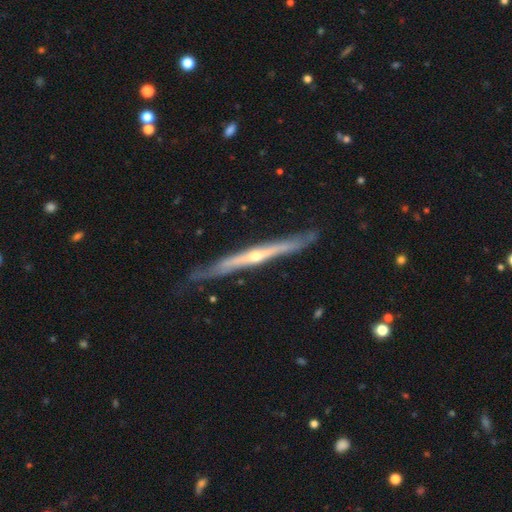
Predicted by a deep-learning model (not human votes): featured or disk 80%, smooth 15%, star or artifact 5%. Down the decision tree: edge-on disk — yes (95%); edge-on bulge — rounded (75%); merging — none (79%).